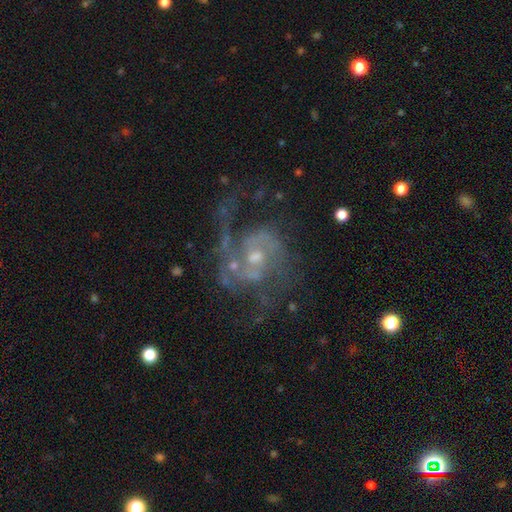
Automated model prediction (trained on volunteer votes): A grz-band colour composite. It shows a featured or disk galaxy (86%) with no bar (62%), 2 (60%) medium (49%) spiral arms (91%) and a small central bulge (51%). Merging: none (49%).